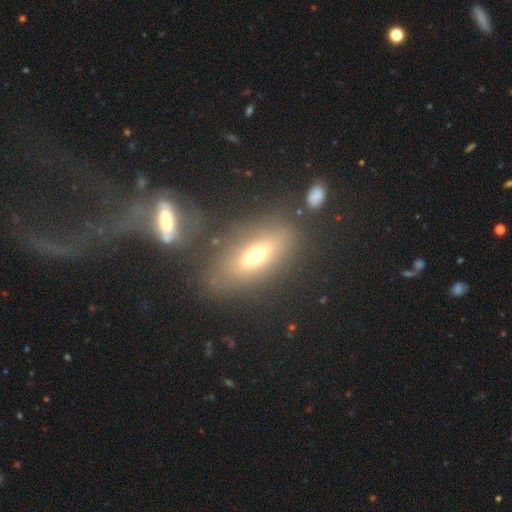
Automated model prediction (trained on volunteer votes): A smooth galaxy with no disk features (57%) that is in between round and cigar-shaped (67%). Merging: none (67%).